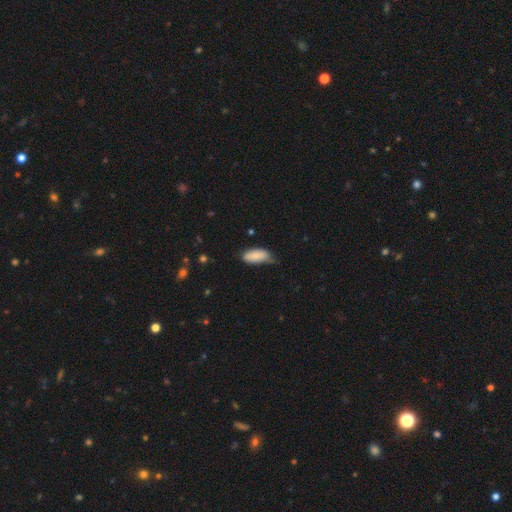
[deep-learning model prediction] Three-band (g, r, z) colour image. It shows a smooth galaxy with no disk features (85%) that is in between round and cigar-shaped (86%). Merging: none (55%).